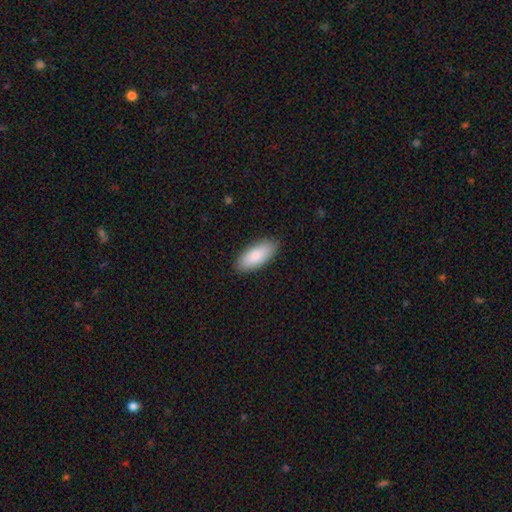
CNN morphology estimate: smooth_or_featured: smooth (p=0.86) [alt: featured or disk p=0.08]
how_rounded: in between (p=0.85) [alt: cigar-shaped p=0.13]
merging: none (p=0.87) [alt: minor disturbance p=0.10]